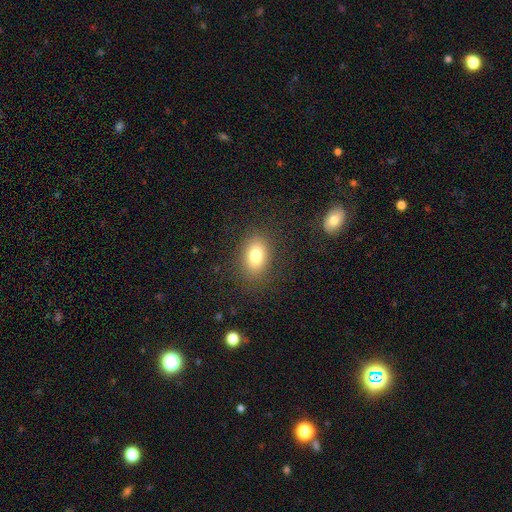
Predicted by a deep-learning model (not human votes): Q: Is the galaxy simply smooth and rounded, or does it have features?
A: smooth — 79%.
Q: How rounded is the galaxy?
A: in between — 81%.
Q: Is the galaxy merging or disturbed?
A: none — 85%.